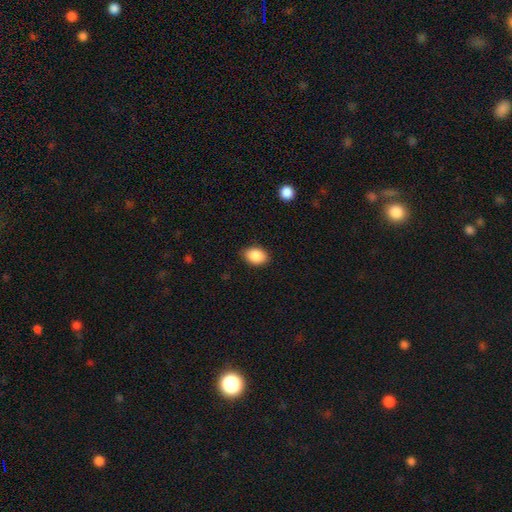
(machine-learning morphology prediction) smooth_or_featured: smooth (p=0.89) [alt: star or artifact p=0.07]
how_rounded: in between (p=0.82) [alt: round p=0.17]
merging: none (p=0.84) [alt: minor disturbance p=0.12]